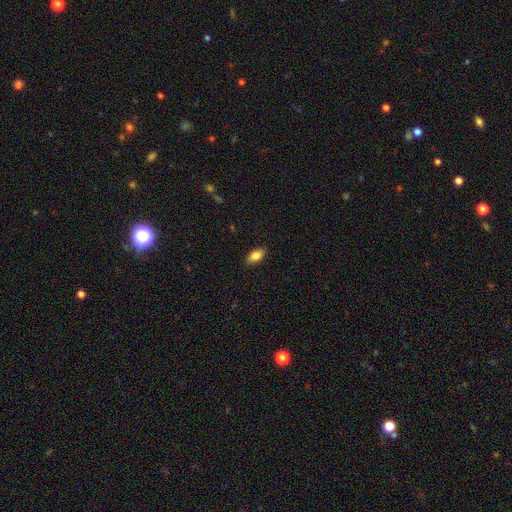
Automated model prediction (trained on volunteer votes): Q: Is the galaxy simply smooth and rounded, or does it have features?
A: smooth — 84%.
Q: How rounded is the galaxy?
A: in between — 90%.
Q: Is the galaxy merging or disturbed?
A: none — 88%.